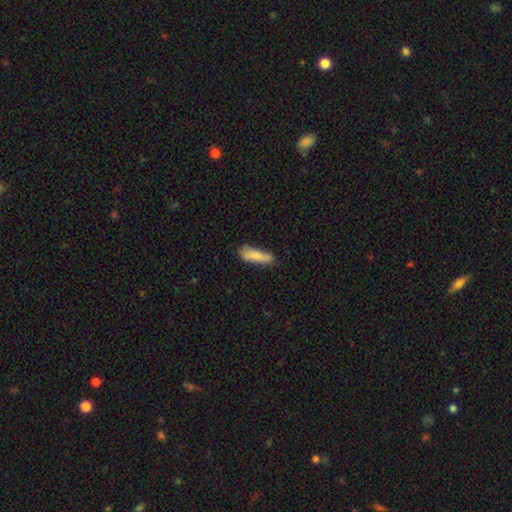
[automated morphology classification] Smooth or featured?
  - smooth: 79% *
  - featured or disk: 14%
  - star or artifact: 6%
How rounded?
  - cigar-shaped: 58% *
  - in between: 40%
  - round: 2%
Merging?
  - none: 62% *
  - minor disturbance: 27%
  - major disturbance: 6%
  - merger: 4%